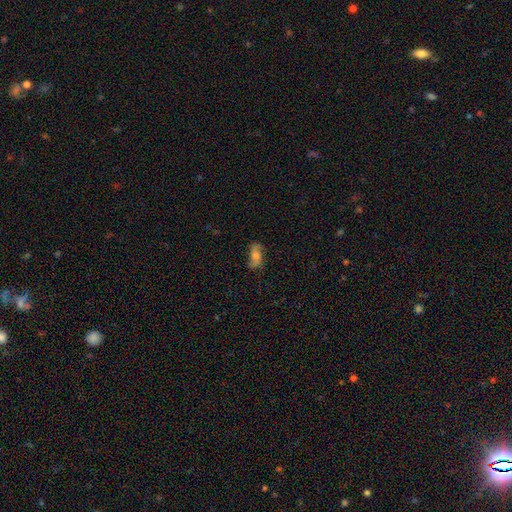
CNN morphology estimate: A featured or disk galaxy (51%). Merging: none (72%).